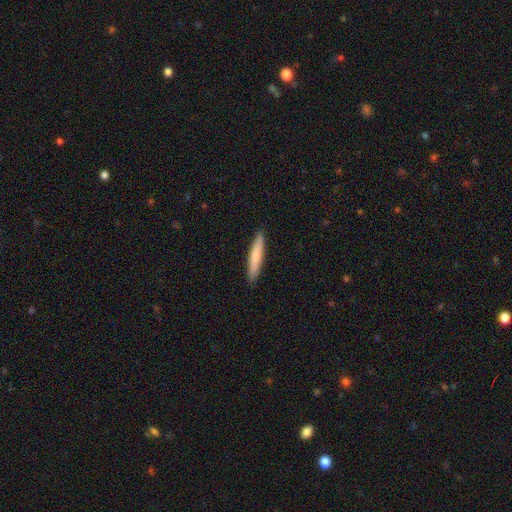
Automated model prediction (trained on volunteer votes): Smooth or featured? smooth (75%)
How rounded? cigar-shaped (93%)
Merging? none (91%)